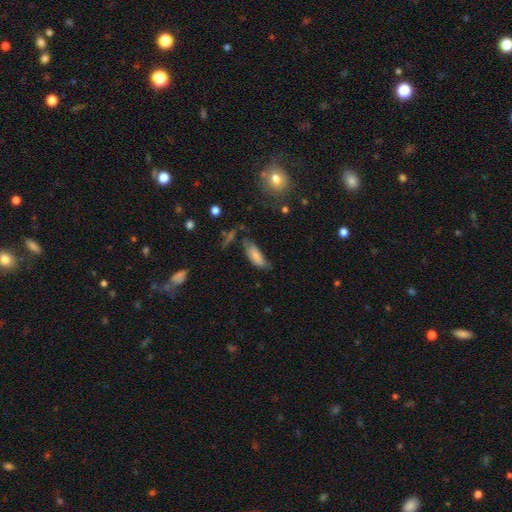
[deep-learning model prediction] Morphology: type=smooth (78%); roundness=in between (67%); merging=none (48%).